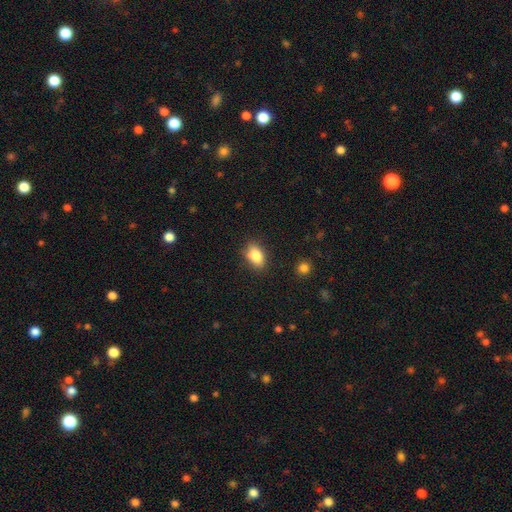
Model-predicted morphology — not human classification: The model was most divided on "merging": none: 83%, minor disturbance: 13%, major disturbance: 3%, merger: 2%. More confident: how rounded — in between (86%); smooth or featured — smooth (85%).